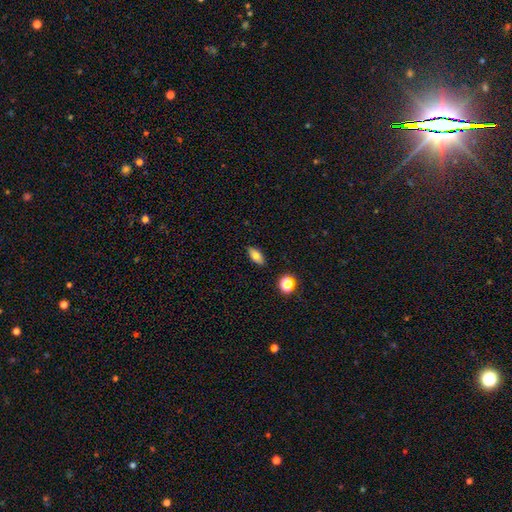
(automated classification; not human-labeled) Smooth or featured: smooth — 78% (featured or disk — 12%)
How rounded: in between — 85% (cigar-shaped — 10%)
Merging: none — 87% (minor disturbance — 9%)